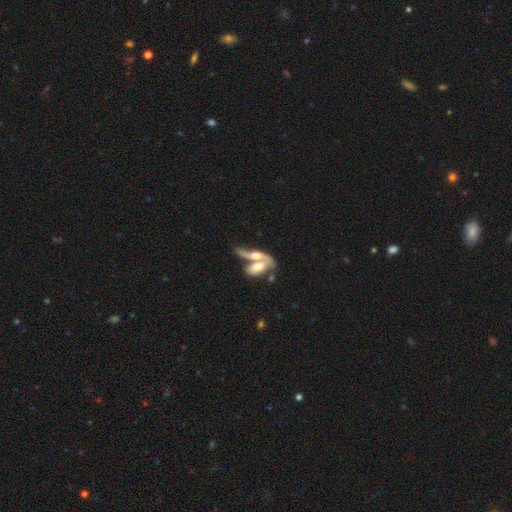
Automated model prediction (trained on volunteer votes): The model was most divided on "smooth or featured": featured or disk: 51%, smooth: 42%, star or artifact: 7%. More confident: edge-on disk — no (80%); merging — merger (73%).